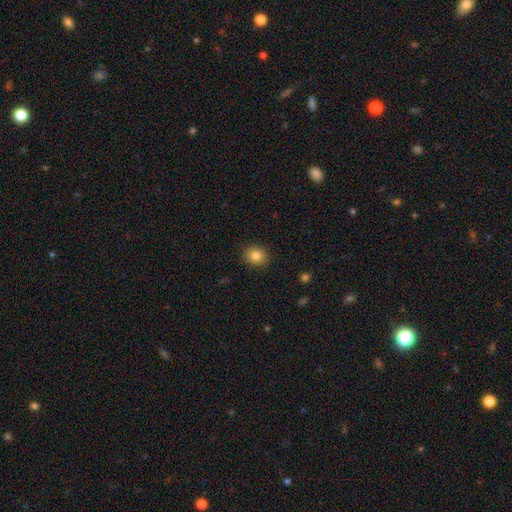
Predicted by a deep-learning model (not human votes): This appears to be a smooth galaxy with no disk features (84%) that is round (69%). Merging: none (89%).